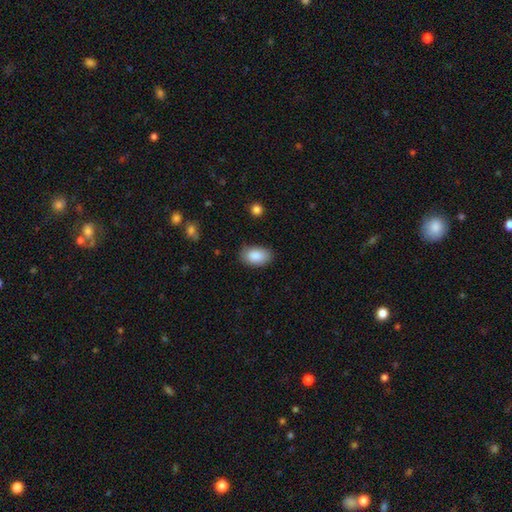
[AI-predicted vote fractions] The model was most divided on "merging": none: 81%, minor disturbance: 15%, major disturbance: 3%, merger: 1%. More confident: how rounded — in between (93%); smooth or featured — smooth (88%).